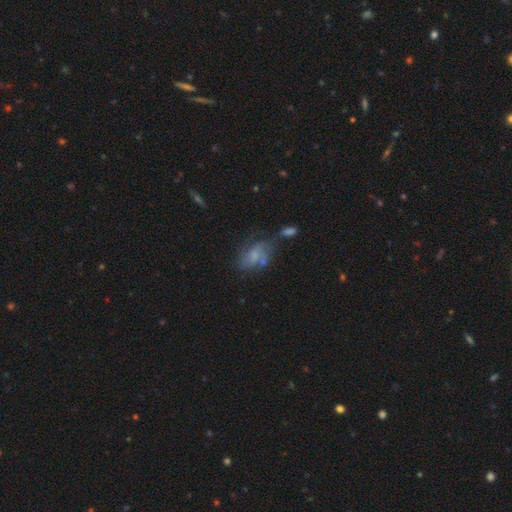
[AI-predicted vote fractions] Smooth or featured? smooth (44%)
Merging? none (44%)